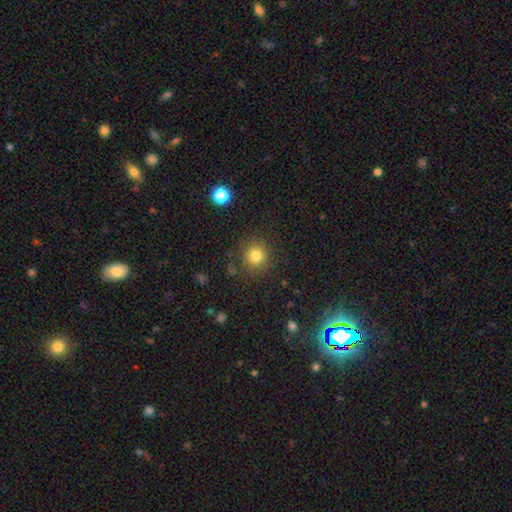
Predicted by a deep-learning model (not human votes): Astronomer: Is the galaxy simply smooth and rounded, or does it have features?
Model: smooth — 81%.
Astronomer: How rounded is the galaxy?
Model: round — 92%.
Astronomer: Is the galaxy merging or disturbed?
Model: none — 86%.